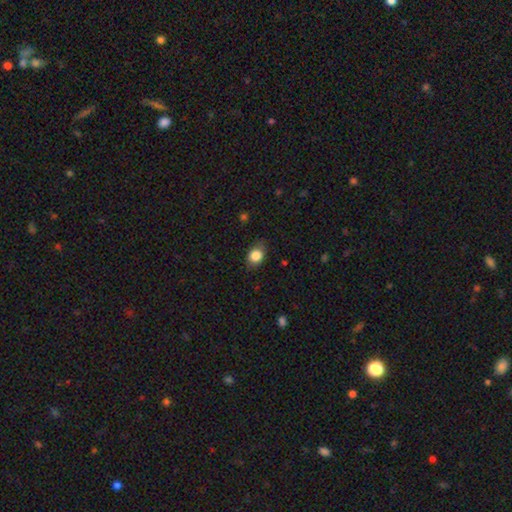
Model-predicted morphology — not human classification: A smooth galaxy with no disk features (84%) that is in between round and cigar-shaped (57%). Merging: none (78%).